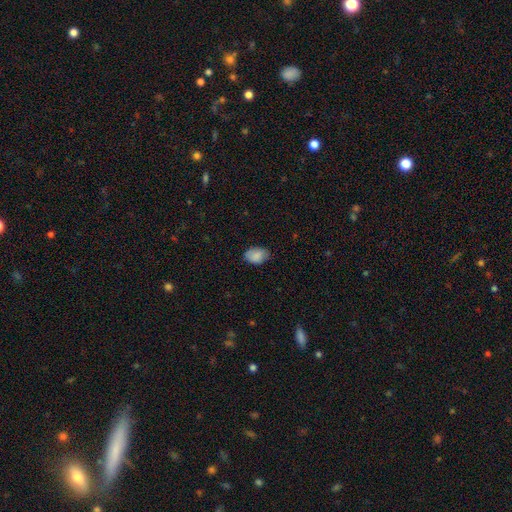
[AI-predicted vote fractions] The model was most divided on "merging": none: 74%, minor disturbance: 21%, major disturbance: 4%, merger: 1%. More confident: smooth or featured — smooth (86%); how rounded — in between (83%).